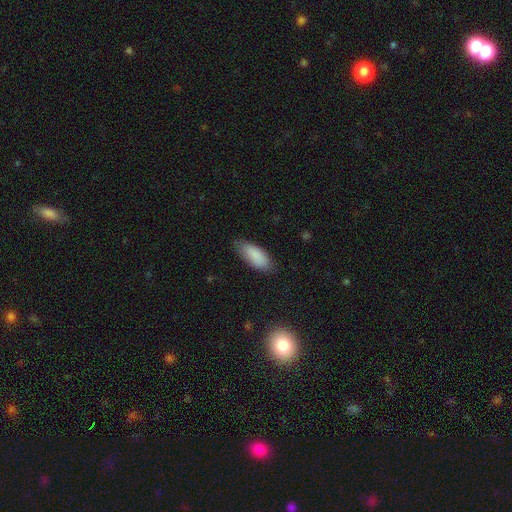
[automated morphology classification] Smooth or featured? smooth (87%)
How rounded? in between (82%)
Merging? none (76%)